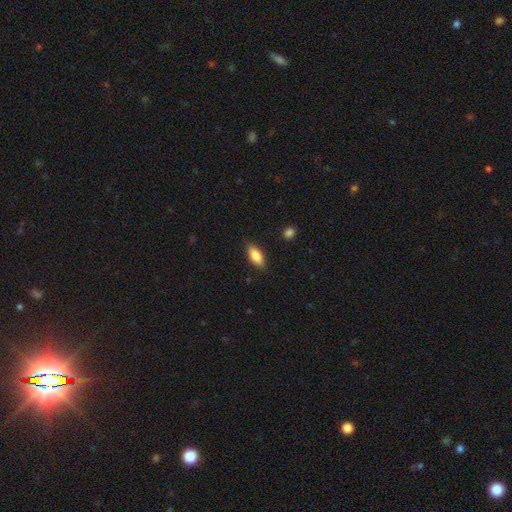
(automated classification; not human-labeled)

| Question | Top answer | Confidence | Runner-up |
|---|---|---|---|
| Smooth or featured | smooth | 85% | featured or disk (9%) |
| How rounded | in between | 82% | cigar-shaped (16%) |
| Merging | none | 85% | minor disturbance (11%) |